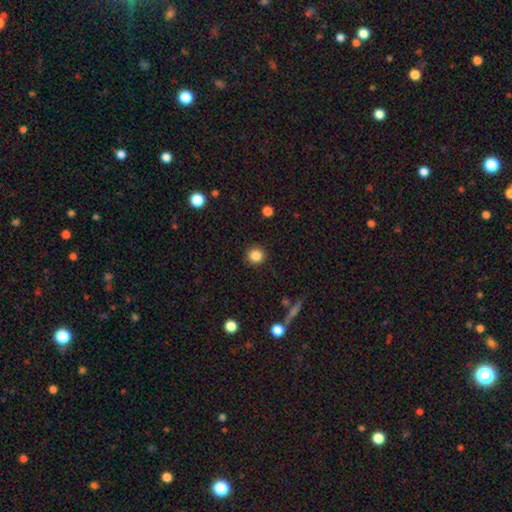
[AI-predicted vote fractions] The model was most divided on "smooth or featured": smooth: 84%, star or artifact: 11%, featured or disk: 5%. More confident: how rounded — round (93%); merging — none (91%).